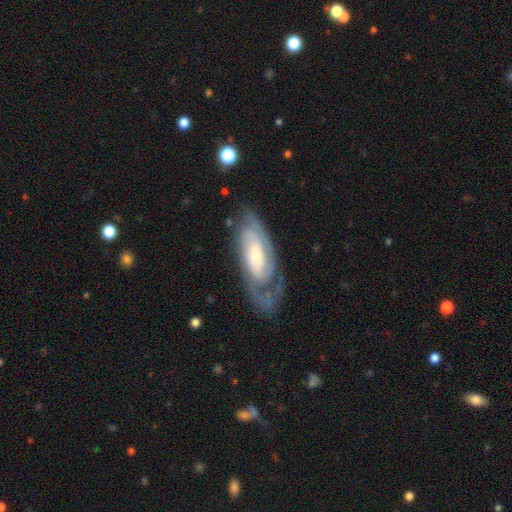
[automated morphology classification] A featured or disk galaxy (80%) with no bar (65%), 2 (51%) tight (61%) spiral arms (93%) and a small central bulge (52%).

Vote fractions:
- Smooth or featured? featured or disk: 80% / smooth: 15% / star or artifact: 5%
- Edge-on disk? no: 92% / yes: 8%
- Bar? no: 65% / weak: 25% / strong: 9%
- Spiral arms? yes: 93% / no: 7%
- Spiral winding? tight: 61% / medium: 30% / loose: 9%
- Spiral arm count? 2: 51% / can't tell: 27% / 1: 10% / 3: 7% / 4: 3% / more than 4: 2%
- Bulge size? small: 52% / moderate: 30% / large: 11% / none: 5% / dominant: 2%
- Merging? none: 64% / minor disturbance: 20% / major disturbance: 15% / merger: 2%